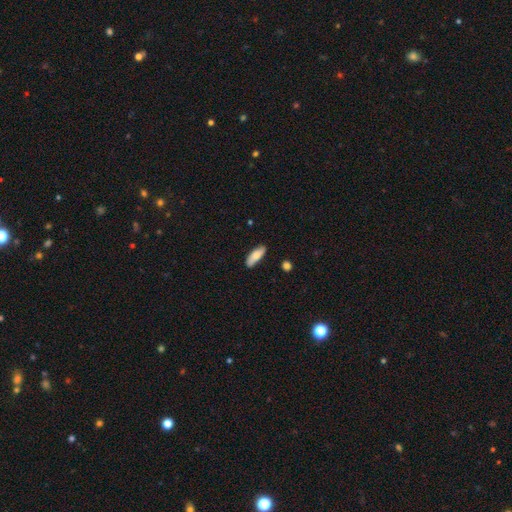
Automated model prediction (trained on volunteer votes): Overall: smooth (81%). How rounded: in between (62%; cigar-shaped 36%). Merging: none (82%).